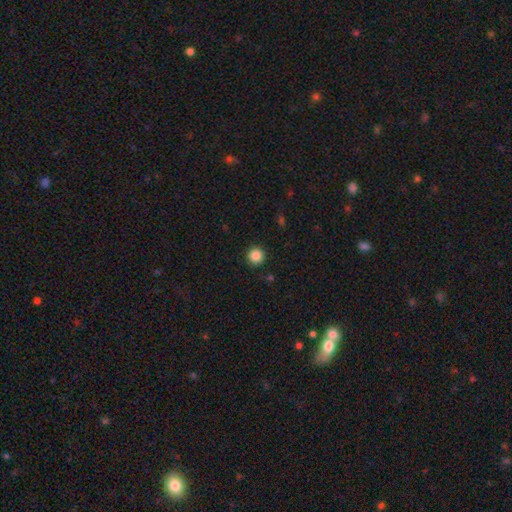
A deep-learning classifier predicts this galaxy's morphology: Smooth or featured?
  - smooth: 86% *
  - star or artifact: 10%
  - featured or disk: 4%
How rounded?
  - round: 96% *
  - in between: 4%
  - cigar-shaped: 1%
Merging?
  - none: 92% *
  - minor disturbance: 5%
  - major disturbance: 2%
  - merger: 1%